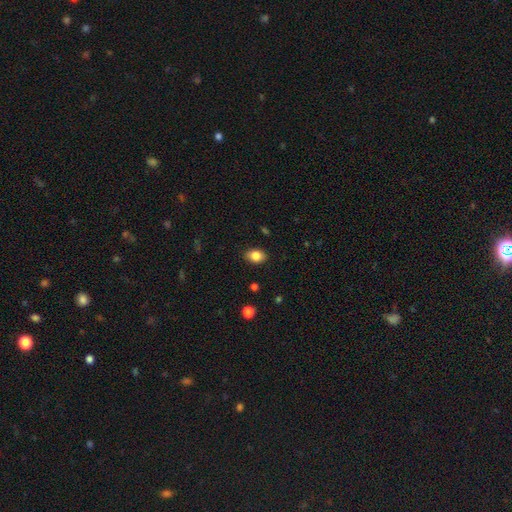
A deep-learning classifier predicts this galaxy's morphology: A smooth galaxy with no disk features (84%) that is in between round and cigar-shaped (80%). Merging: none (87%).